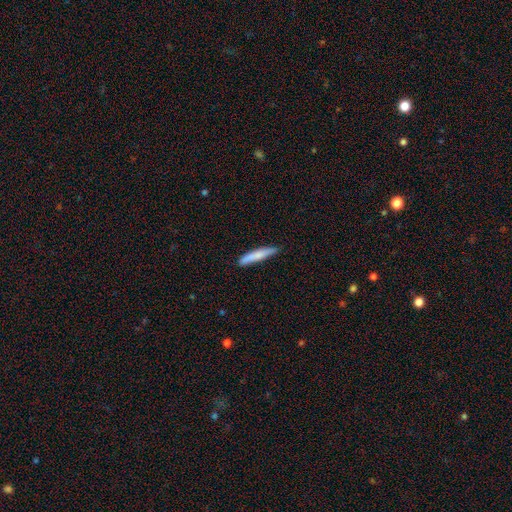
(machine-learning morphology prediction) type=smooth (76%); roundness=cigar-shaped (92%); merging=none (82%).